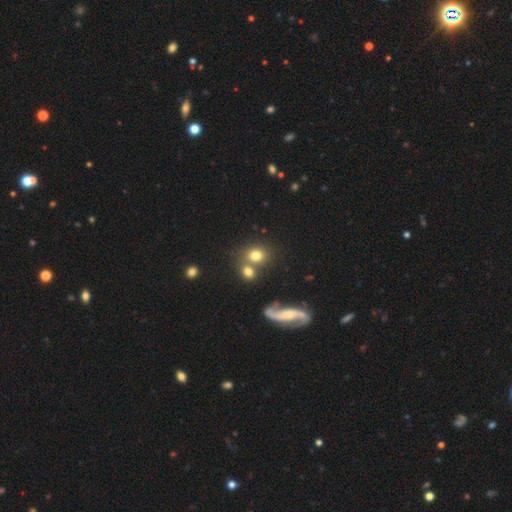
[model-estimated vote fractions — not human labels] This appears to be a smooth galaxy with no disk features (71%) that is round (64%). Merging: none (51%).